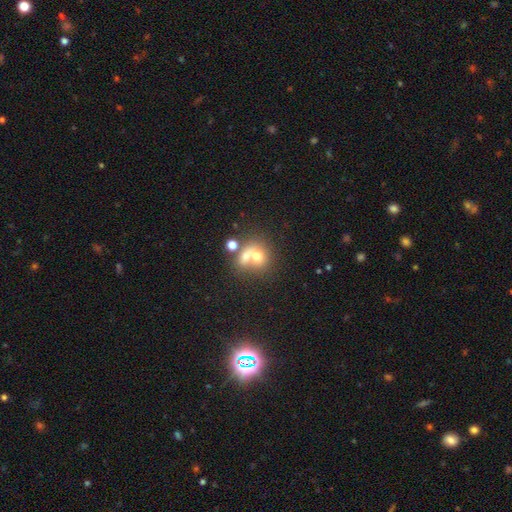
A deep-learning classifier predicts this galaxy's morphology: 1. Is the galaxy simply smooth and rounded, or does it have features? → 64% smooth, 22% featured or disk, 13% star or artifact.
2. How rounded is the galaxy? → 71% round, 28% in between, 1% cigar-shaped.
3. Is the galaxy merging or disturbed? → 58% merger, 29% none, 7% minor disturbance, 5% major disturbance.